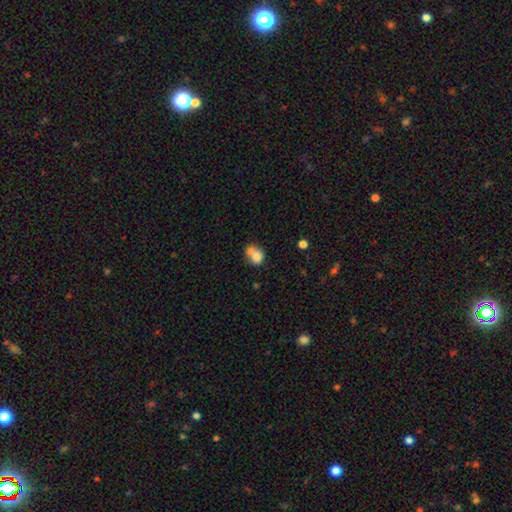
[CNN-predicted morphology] Smooth or featured? smooth (75%)
How rounded? round (61%)
Merging? merger (58%)